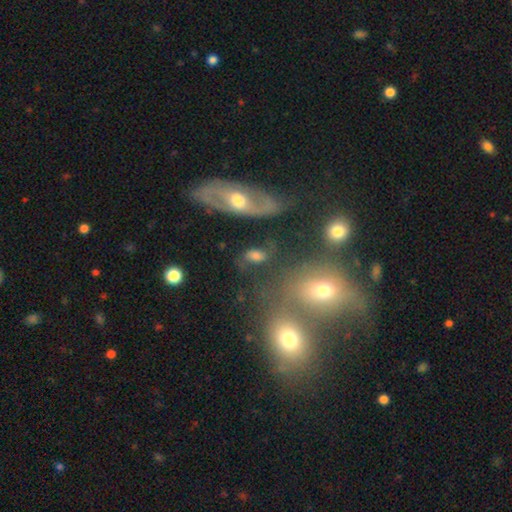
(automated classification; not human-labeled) This is possibly a smooth galaxy (55%). How rounded: clearly in between (80%). Merging: possibly none (58%).